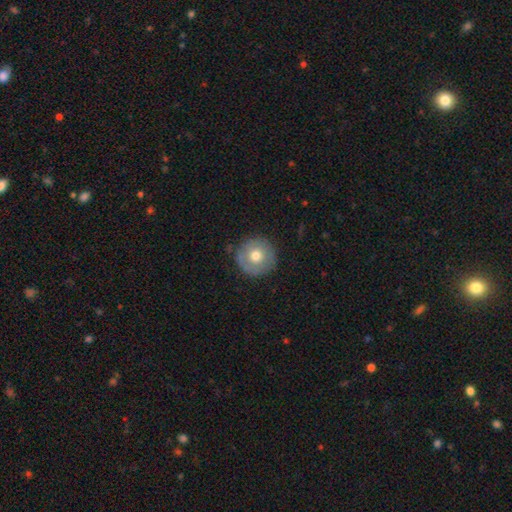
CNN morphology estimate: The model was most divided on "smooth or featured": smooth: 65%, featured or disk: 28%, star or artifact: 7%. More confident: how rounded — round (96%); merging — none (86%).